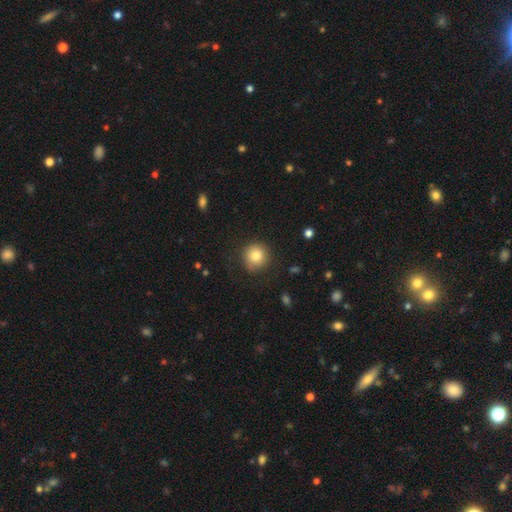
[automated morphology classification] This appears to be a smooth galaxy with no disk features (83%) that is round (92%). Merging: none (84%).